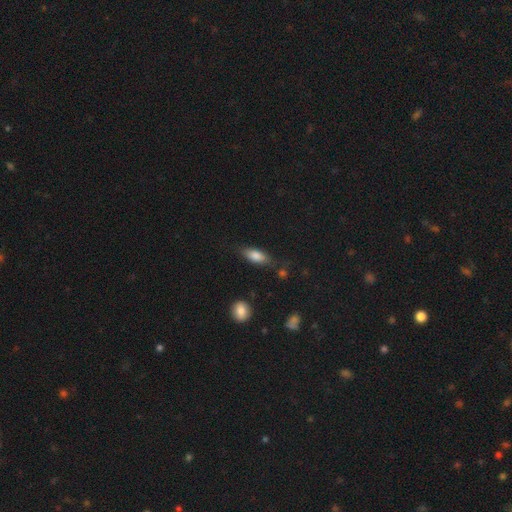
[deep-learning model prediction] The model was most divided on "merging": none: 71%, minor disturbance: 20%, major disturbance: 6%, merger: 3%. More confident: smooth or featured — smooth (75%); how rounded — in between (75%).